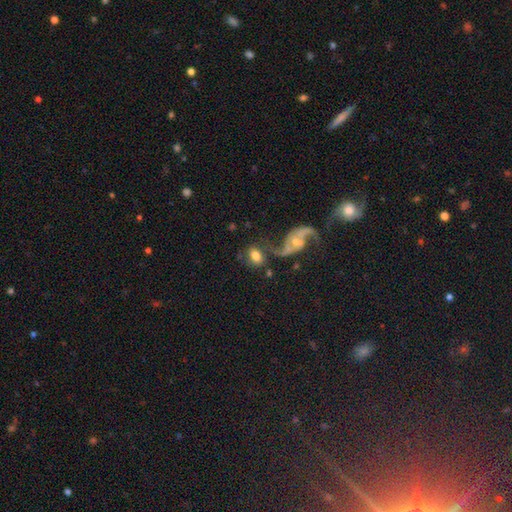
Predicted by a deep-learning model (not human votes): Smooth or featured?
  - smooth: 58% *
  - featured or disk: 34%
  - star or artifact: 8%
How rounded?
  - in between: 77% *
  - round: 21%
  - cigar-shaped: 2%
Merging?
  - none: 52% *
  - merger: 19%
  - minor disturbance: 18%
  - major disturbance: 11%